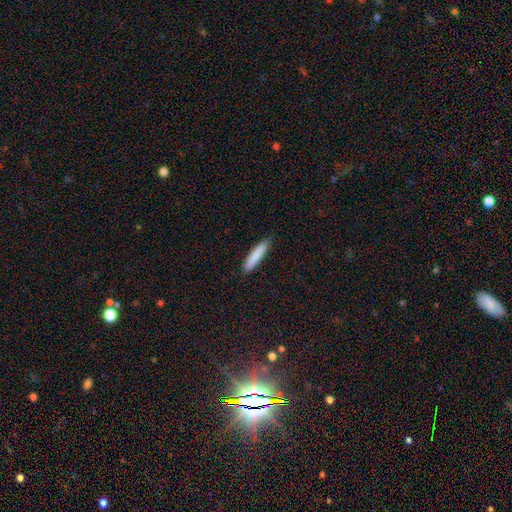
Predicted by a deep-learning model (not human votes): The model was most divided on "how rounded": cigar-shaped: 87%, in between: 12%, round: 1%. More confident: merging — none (87%); smooth or featured — smooth (85%).